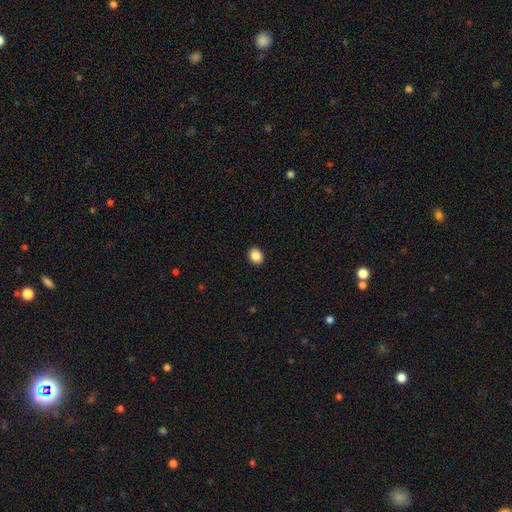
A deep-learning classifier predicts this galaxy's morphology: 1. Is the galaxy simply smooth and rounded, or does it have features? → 87% smooth, 9% star or artifact, 4% featured or disk.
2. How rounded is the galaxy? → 53% round, 46% in between, 1% cigar-shaped.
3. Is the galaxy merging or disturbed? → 92% none, 5% minor disturbance, 2% major disturbance, 1% merger.